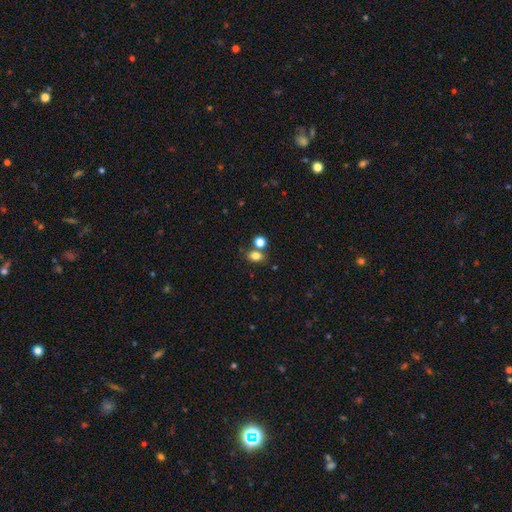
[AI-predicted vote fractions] Smooth or featured?
  - smooth: 80% *
  - star or artifact: 13%
  - featured or disk: 6%
How rounded?
  - in between: 67% *
  - round: 32%
  - cigar-shaped: 1%
Merging?
  - none: 63% *
  - merger: 22%
  - minor disturbance: 11%
  - major disturbance: 4%